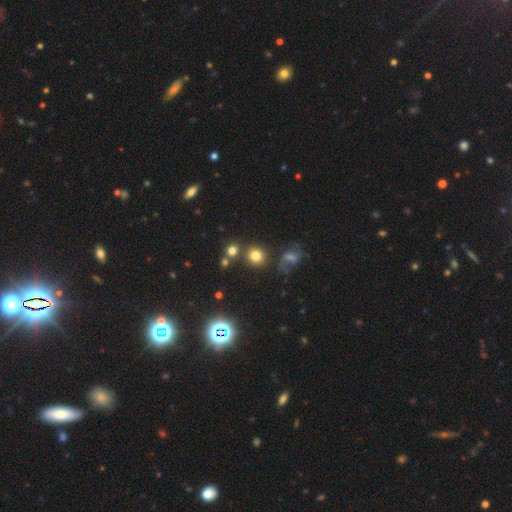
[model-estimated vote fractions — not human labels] smooth_or_featured: smooth (p=0.75) [alt: star or artifact p=0.16]
how_rounded: round (p=0.85) [alt: in between p=0.14]
merging: none (p=0.73) [alt: merger p=0.13]